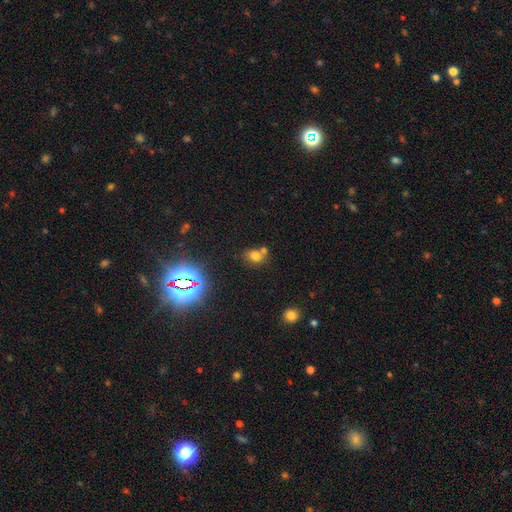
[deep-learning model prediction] smooth_or_featured: smooth (p=0.69) [alt: star or artifact p=0.20]
how_rounded: round (p=0.50) [alt: in between p=0.49]
merging: none (p=0.49) [alt: merger p=0.35]